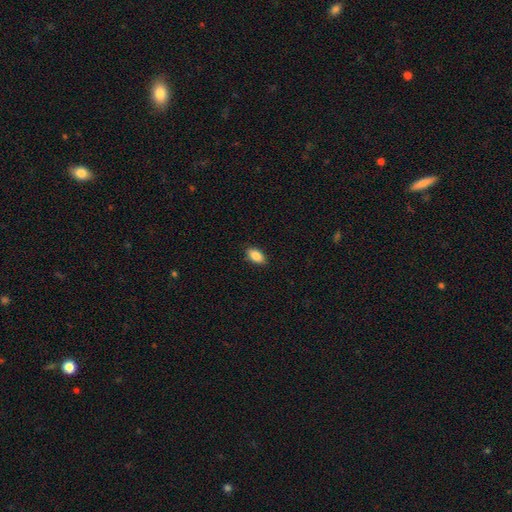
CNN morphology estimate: The model was most divided on "merging": none: 88%, minor disturbance: 9%, major disturbance: 2%, merger: 1%. More confident: how rounded — in between (92%); smooth or featured — smooth (87%).